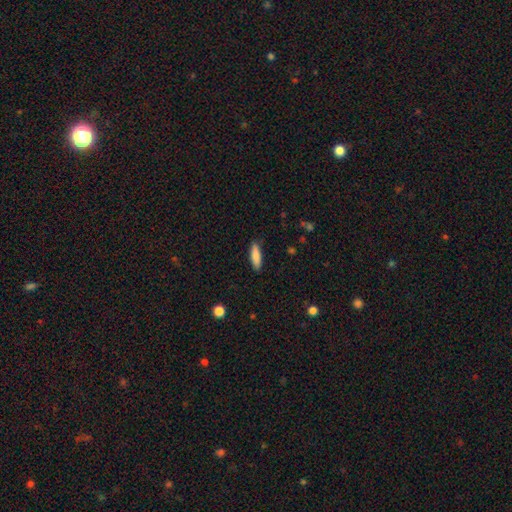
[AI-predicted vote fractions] smooth_or_featured: smooth (p=0.86) [alt: featured or disk p=0.08]
how_rounded: cigar-shaped (p=0.60) [alt: in between p=0.39]
merging: none (p=0.88) [alt: minor disturbance p=0.09]